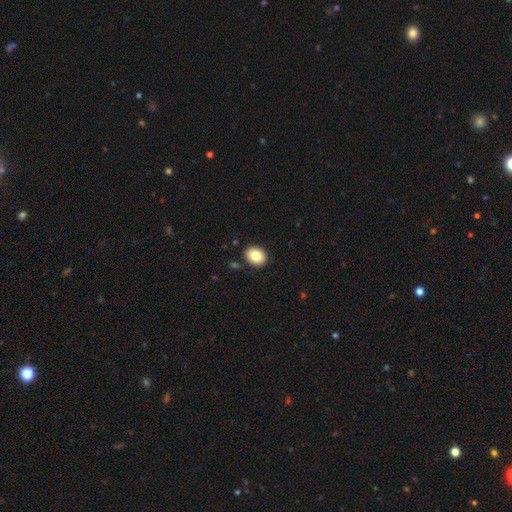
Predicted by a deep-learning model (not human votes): This appears to be a smooth galaxy with no disk features (84%) that is round (51%). Merging: none (89%).